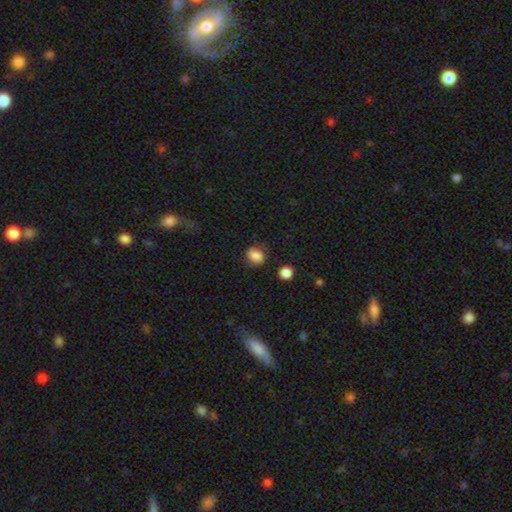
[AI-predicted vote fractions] Morphology: type=smooth (80%); roundness=round (54%); merging=none (76%).